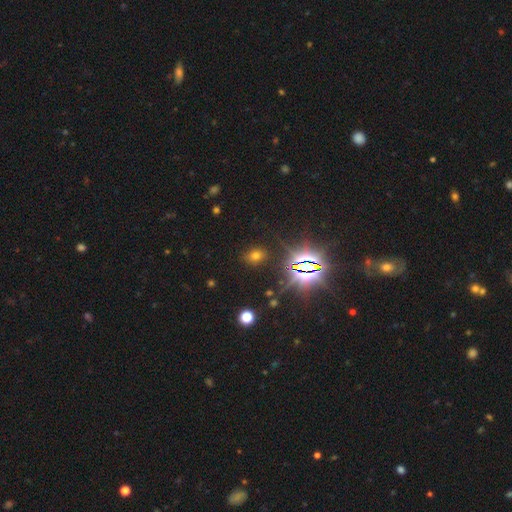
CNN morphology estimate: A smooth galaxy with no disk features (56%) that is in between round and cigar-shaped (53%). Merging: none (85%).